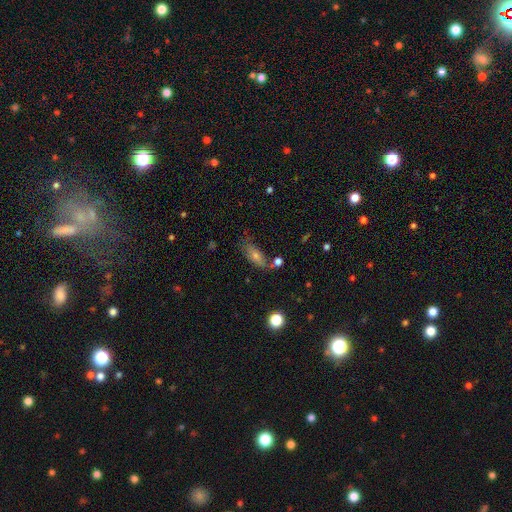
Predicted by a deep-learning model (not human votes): Smooth or featured: smooth — 58% (featured or disk — 27%)
How rounded: in between — 71% (cigar-shaped — 23%)
Merging: none — 55% (minor disturbance — 23%)